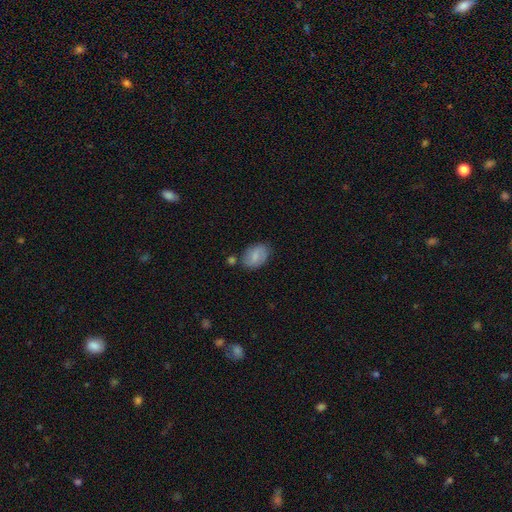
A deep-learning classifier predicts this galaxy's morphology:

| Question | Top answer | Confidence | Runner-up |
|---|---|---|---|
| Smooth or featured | smooth | 67% | featured or disk (26%) |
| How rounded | in between | 84% | round (14%) |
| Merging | none | 71% | minor disturbance (18%) |